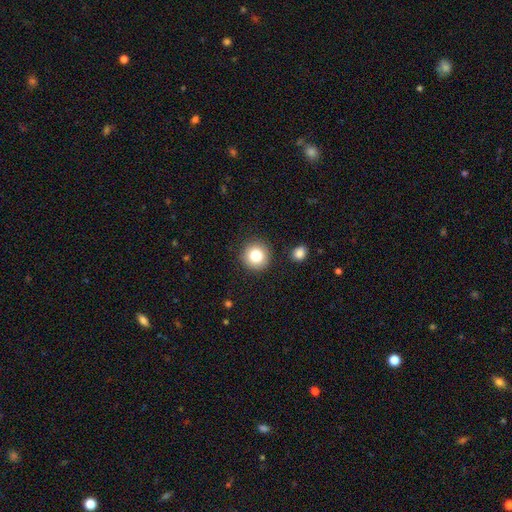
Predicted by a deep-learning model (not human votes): Smooth or featured?
  - smooth: 81% *
  - star or artifact: 11%
  - featured or disk: 8%
How rounded?
  - round: 95% *
  - in between: 5%
  - cigar-shaped: 1%
Merging?
  - none: 89% *
  - minor disturbance: 6%
  - merger: 2%
  - major disturbance: 2%